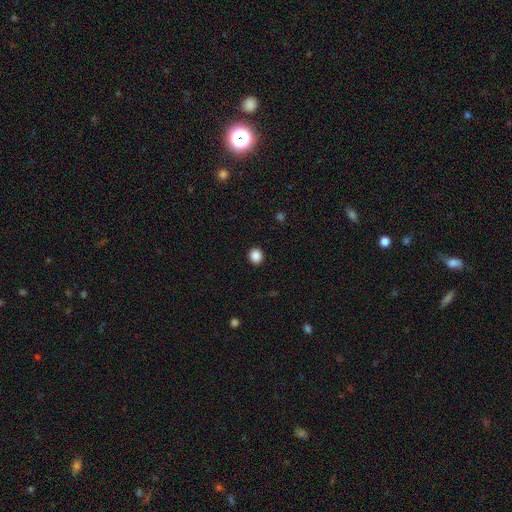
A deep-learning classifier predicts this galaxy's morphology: This appears to be a smooth galaxy with no disk features (87%) that is round (85%). Merging: none (93%).